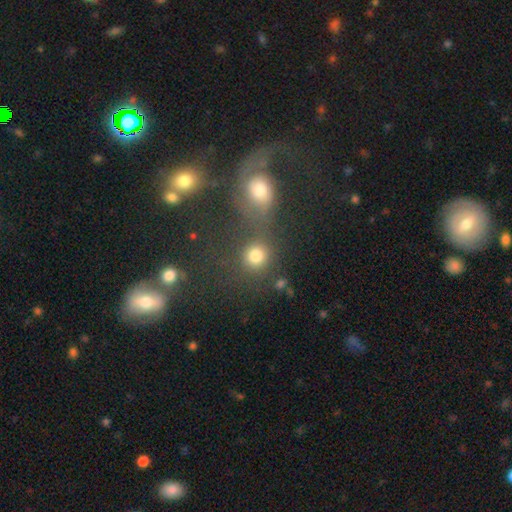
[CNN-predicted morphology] smooth_or_featured: smooth (p=0.78) [alt: star or artifact p=0.15]
how_rounded: round (p=0.87) [alt: in between p=0.12]
merging: none (p=0.58) [alt: merger p=0.28]